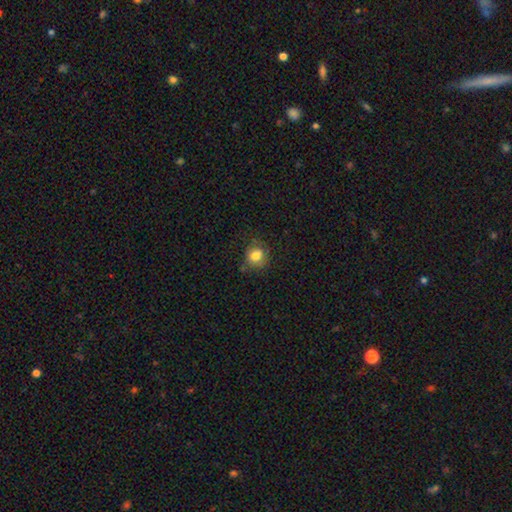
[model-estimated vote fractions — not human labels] A smooth galaxy with no disk features (80%) that is round (71%). Merging: none (66%).